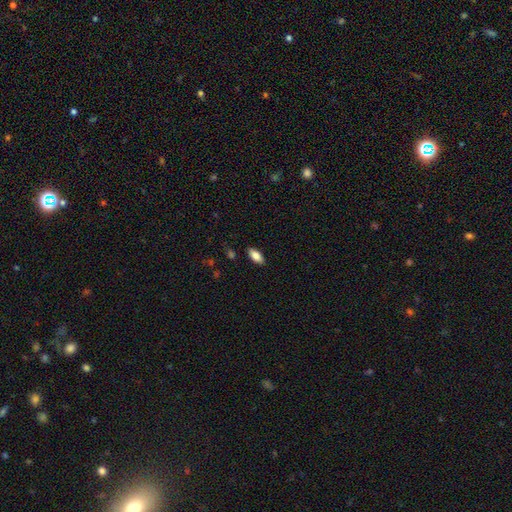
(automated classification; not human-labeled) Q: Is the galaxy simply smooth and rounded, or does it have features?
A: smooth — 83%.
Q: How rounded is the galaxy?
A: in between — 89%.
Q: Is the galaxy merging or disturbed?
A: none — 87%.